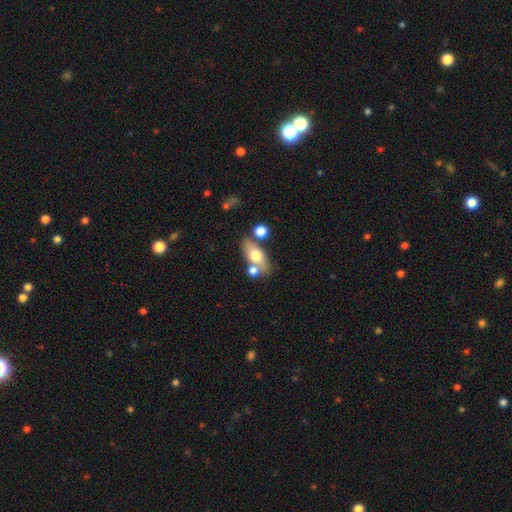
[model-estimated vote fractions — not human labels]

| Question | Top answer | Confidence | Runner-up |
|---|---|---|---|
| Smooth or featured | smooth | 61% | featured or disk (32%) |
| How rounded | in between | 76% | cigar-shaped (14%) |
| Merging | none | 60% | merger (22%) |